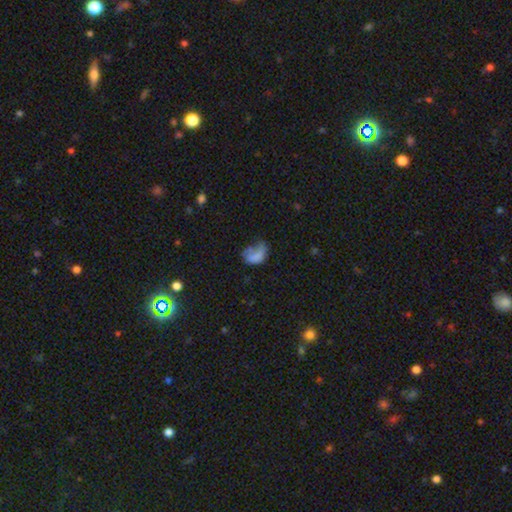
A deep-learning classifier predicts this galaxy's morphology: Smooth or featured? smooth (65%)
How rounded? in between (81%)
Merging? major disturbance (42%)